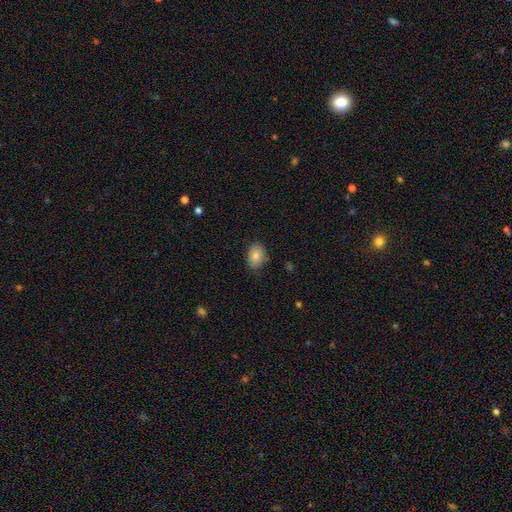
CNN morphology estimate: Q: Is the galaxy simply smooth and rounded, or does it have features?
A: smooth — 83%.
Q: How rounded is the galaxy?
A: in between — 78%.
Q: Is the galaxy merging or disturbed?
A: none — 80%.